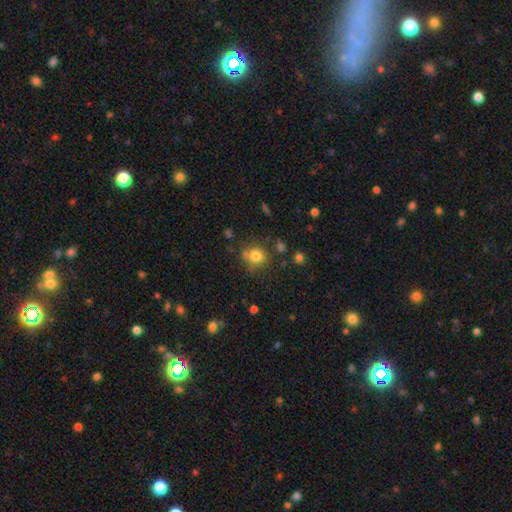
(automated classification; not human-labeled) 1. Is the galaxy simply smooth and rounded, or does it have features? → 78% smooth, 13% star or artifact, 9% featured or disk.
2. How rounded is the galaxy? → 82% round, 17% in between, 1% cigar-shaped.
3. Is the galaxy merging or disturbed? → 70% none, 16% minor disturbance, 8% merger, 6% major disturbance.